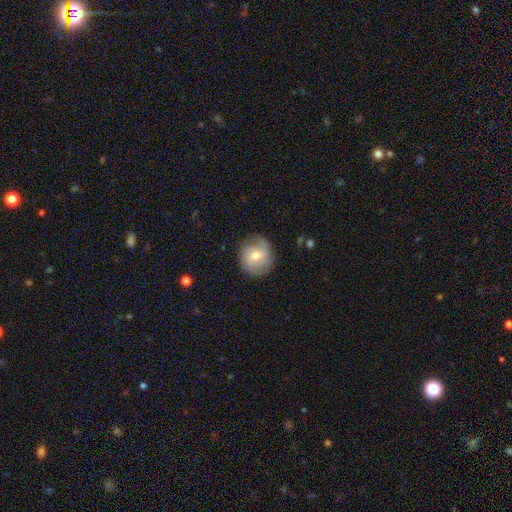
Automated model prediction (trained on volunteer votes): smooth-or-featured: smooth: 54% | featured or disk: 38% | star or artifact: 8%
  how-rounded: round: 83% | in between: 16% | cigar-shaped: 1%
  merging: none: 78% | minor disturbance: 16% | major disturbance: 5% | merger: 1%